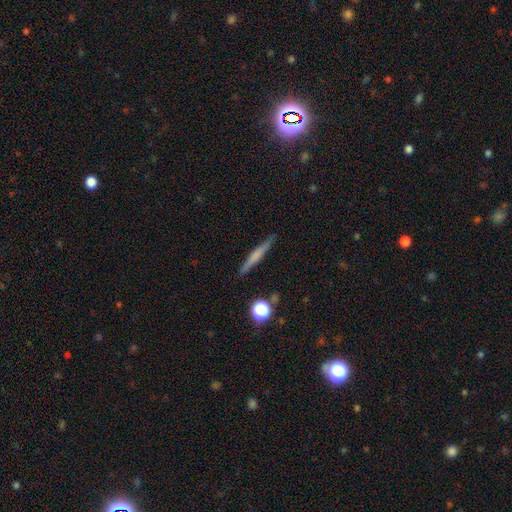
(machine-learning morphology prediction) A smooth galaxy with no disk features (49%). Merging: none (89%).